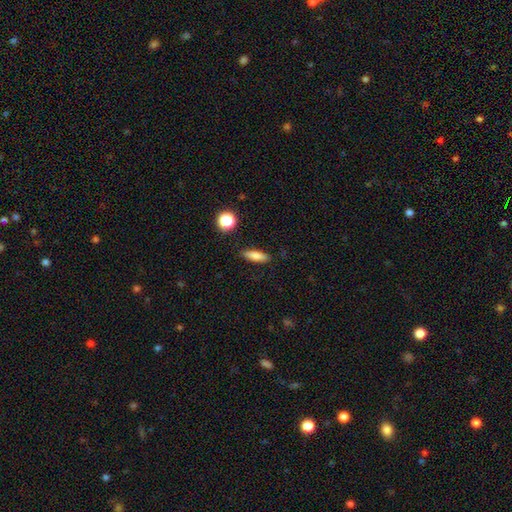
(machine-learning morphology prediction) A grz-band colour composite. It shows a smooth galaxy with no disk features (80%) that is cigar-shaped (53%). Merging: none (87%).